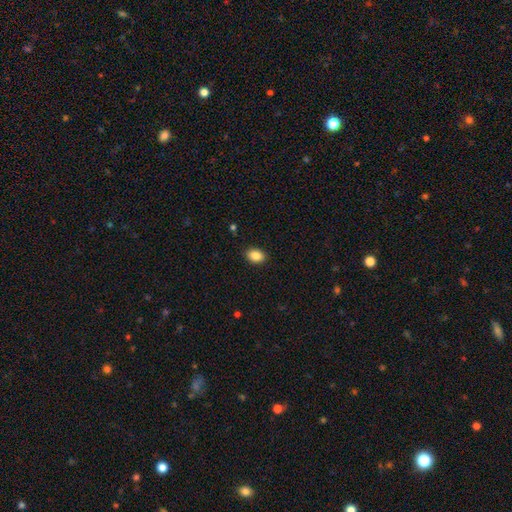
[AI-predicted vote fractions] smooth_or_featured: smooth (p=0.88) [alt: star or artifact p=0.08]
how_rounded: in between (p=0.78) [alt: round p=0.20]
merging: none (p=0.89) [alt: minor disturbance p=0.08]